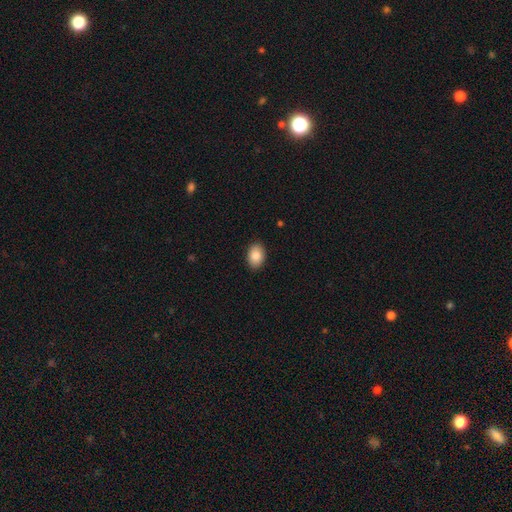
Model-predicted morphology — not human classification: Smooth or featured? smooth (88%)
How rounded? in between (84%)
Merging? none (89%)